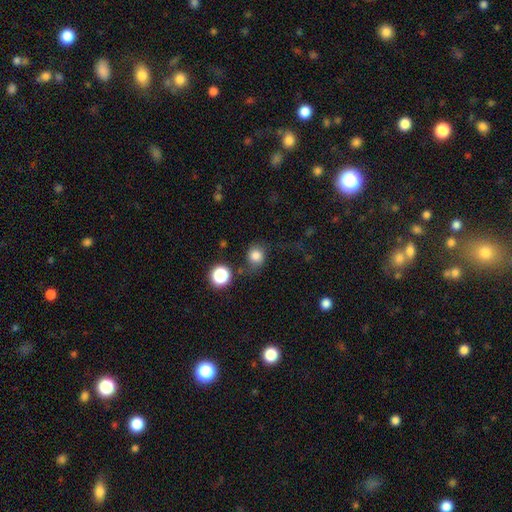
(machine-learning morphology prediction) Smooth or featured? smooth (80%)
How rounded? round (78%)
Merging? none (62%)